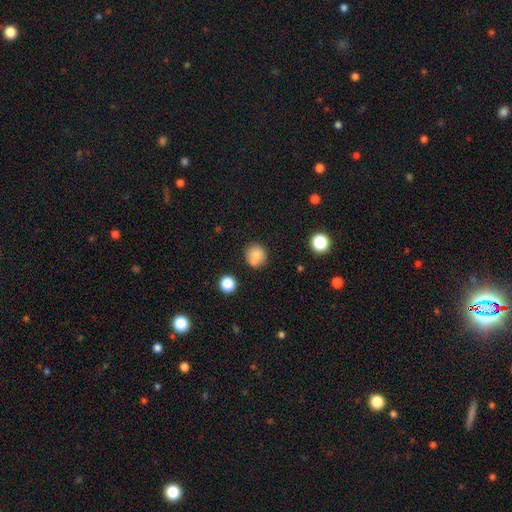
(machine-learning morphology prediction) Smooth or featured?
  - smooth: 76% *
  - featured or disk: 13%
  - star or artifact: 12%
How rounded?
  - round: 90% *
  - in between: 9%
  - cigar-shaped: 1%
Merging?
  - none: 65% *
  - merger: 22%
  - minor disturbance: 10%
  - major disturbance: 3%